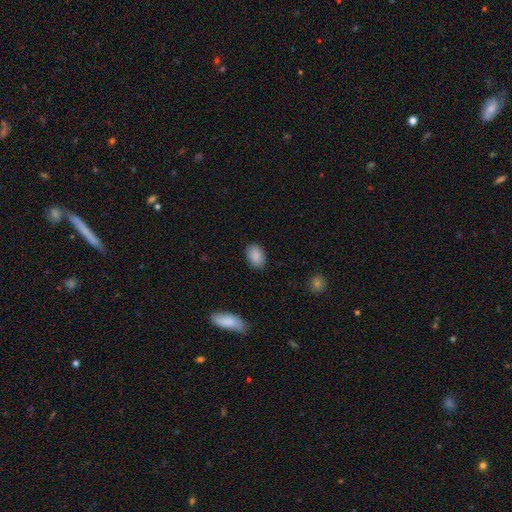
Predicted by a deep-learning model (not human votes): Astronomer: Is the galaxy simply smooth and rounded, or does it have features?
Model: smooth — 88%.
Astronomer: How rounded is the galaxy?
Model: in between — 81%.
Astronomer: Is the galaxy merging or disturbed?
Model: none — 86%.